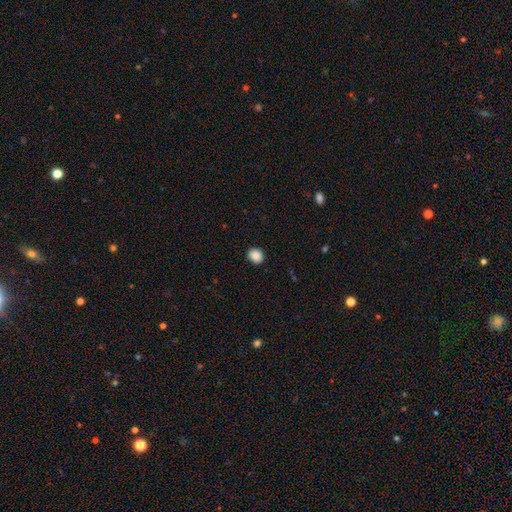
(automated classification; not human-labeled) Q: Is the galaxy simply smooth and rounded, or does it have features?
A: smooth — 89%.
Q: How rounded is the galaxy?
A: round — 74%.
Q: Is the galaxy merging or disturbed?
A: none — 91%.